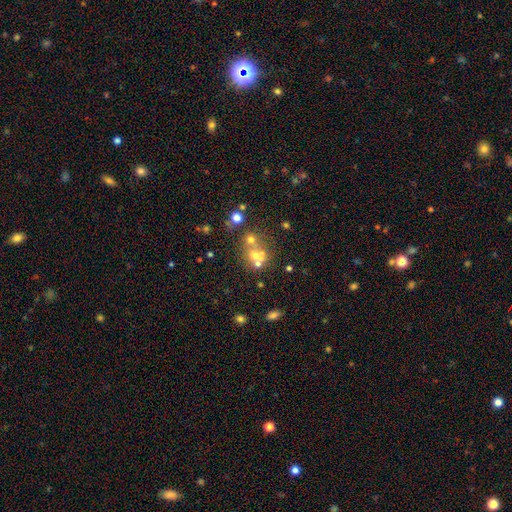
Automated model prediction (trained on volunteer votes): This appears to be a smooth galaxy with no disk features (50%) that is round (71%). Merging: merger (46%).